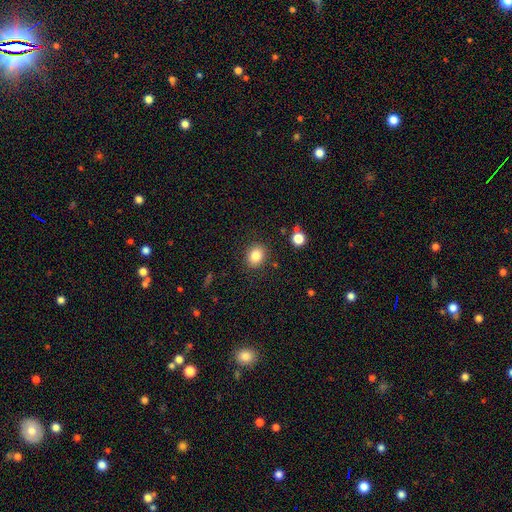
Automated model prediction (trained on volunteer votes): Smooth or featured?
  - smooth: 84% *
  - star or artifact: 10%
  - featured or disk: 6%
How rounded?
  - round: 60% *
  - in between: 39%
  - cigar-shaped: 1%
Merging?
  - none: 87% *
  - minor disturbance: 9%
  - major disturbance: 3%
  - merger: 2%